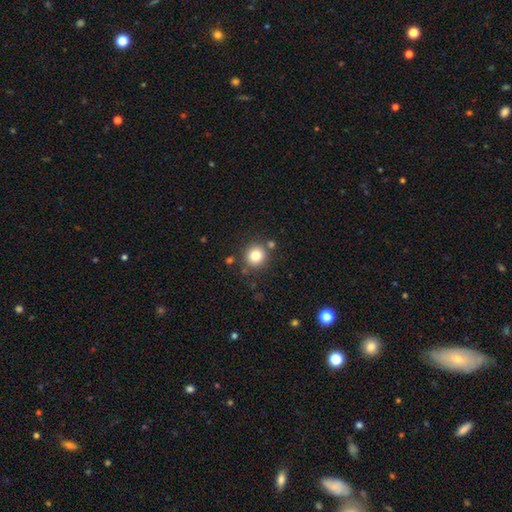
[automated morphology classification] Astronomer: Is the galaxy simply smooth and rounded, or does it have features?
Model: smooth — 81%.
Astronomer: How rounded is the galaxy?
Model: round — 92%.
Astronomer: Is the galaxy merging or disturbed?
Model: none — 83%.